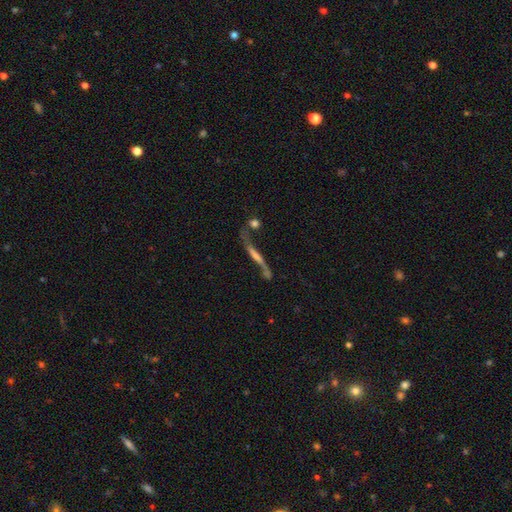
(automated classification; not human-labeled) smooth_or_featured: featured or disk (p=0.65) [alt: smooth p=0.24]
disk_edge_on: yes (p=0.53) [alt: no p=0.47]
merging: none (p=0.38) [alt: merger p=0.22]